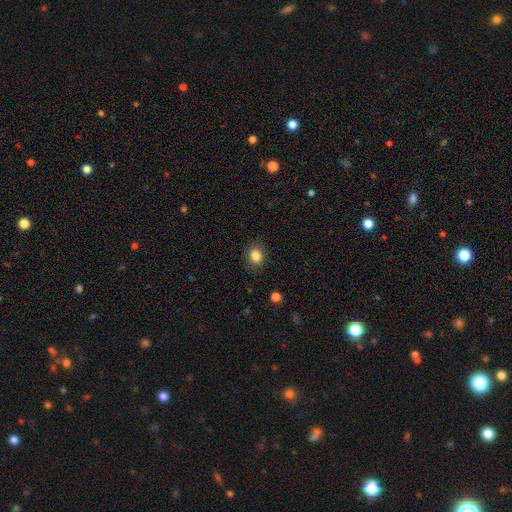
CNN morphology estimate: Q: Smooth or featured?
A: smooth (85%); runner-up: star or artifact (10%)
Q: How rounded?
A: round (62%); runner-up: in between (37%)
Q: Merging?
A: none (87%); runner-up: minor disturbance (9%)